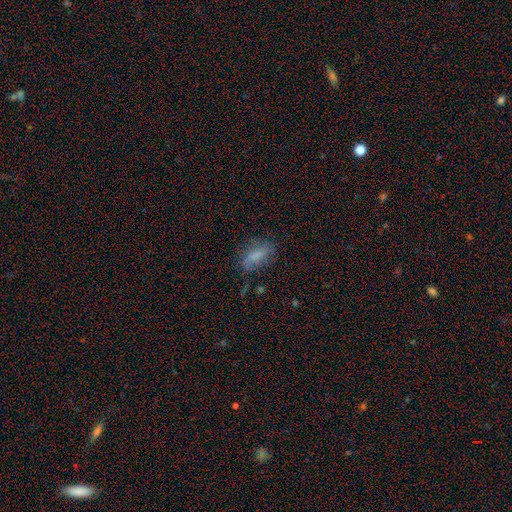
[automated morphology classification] Smooth or featured?
  - smooth: 74% *
  - featured or disk: 16%
  - star or artifact: 10%
How rounded?
  - in between: 78% *
  - cigar-shaped: 18%
  - round: 5%
Merging?
  - none: 66% *
  - minor disturbance: 22%
  - major disturbance: 9%
  - merger: 2%